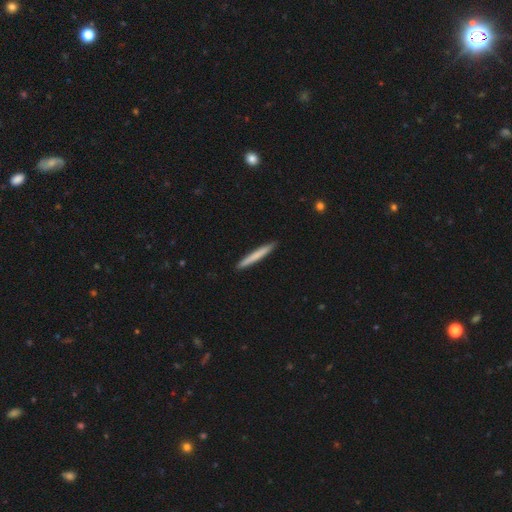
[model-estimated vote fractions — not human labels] This is likely a smooth galaxy (72%). How rounded: clearly cigar-shaped (97%). Merging: clearly none (92%).